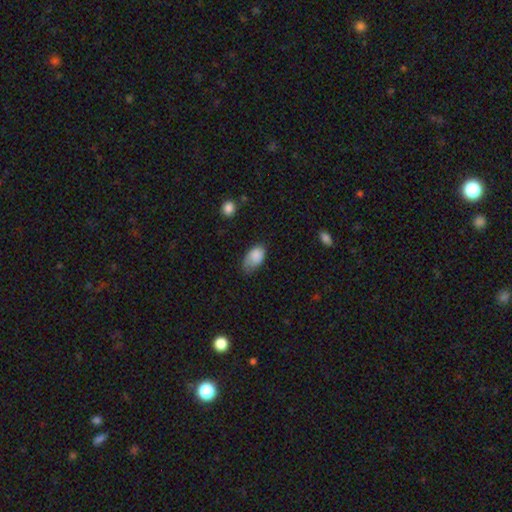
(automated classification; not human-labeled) smooth-or-featured: smooth: 85% | featured or disk: 8% | star or artifact: 8%
  how-rounded: in between: 91% | round: 7% | cigar-shaped: 2%
  merging: none: 45% | minor disturbance: 40% | major disturbance: 13% | merger: 2%